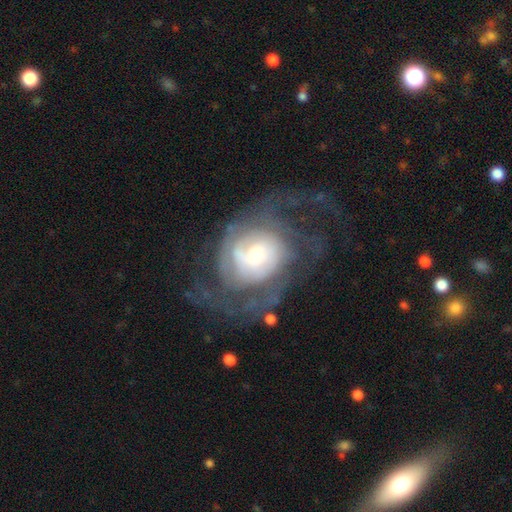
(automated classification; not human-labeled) A featured or disk galaxy (78%) with no bar (67%), tight (47%) spiral arms (86%) and a small central bulge (46%). Merging: none (50%).